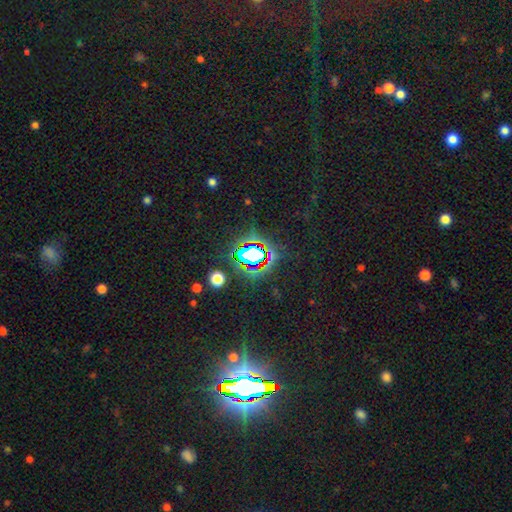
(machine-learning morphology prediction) A star or artifact, not a galaxy (71%).